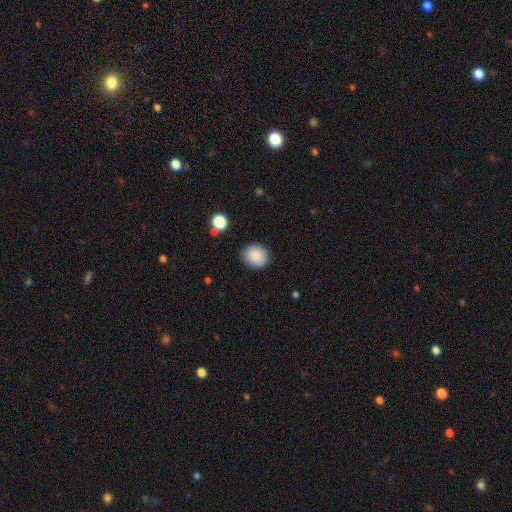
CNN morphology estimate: Smooth or featured?
  - smooth: 87% *
  - star or artifact: 9%
  - featured or disk: 5%
How rounded?
  - round: 78% *
  - in between: 21%
  - cigar-shaped: 1%
Merging?
  - none: 85% *
  - minor disturbance: 10%
  - major disturbance: 3%
  - merger: 2%